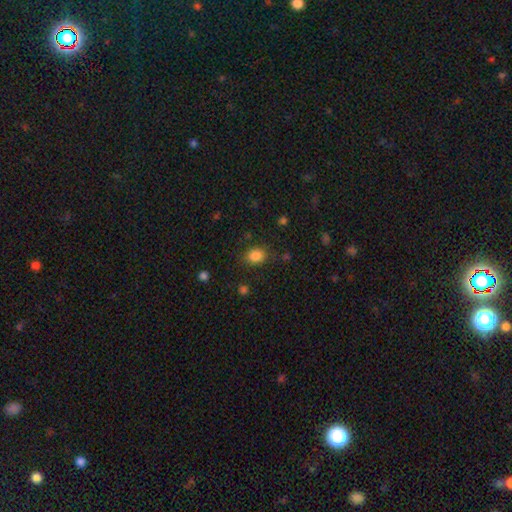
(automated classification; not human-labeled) This appears to be a smooth galaxy with no disk features (85%) that is in between round and cigar-shaped (56%). Merging: none (81%).